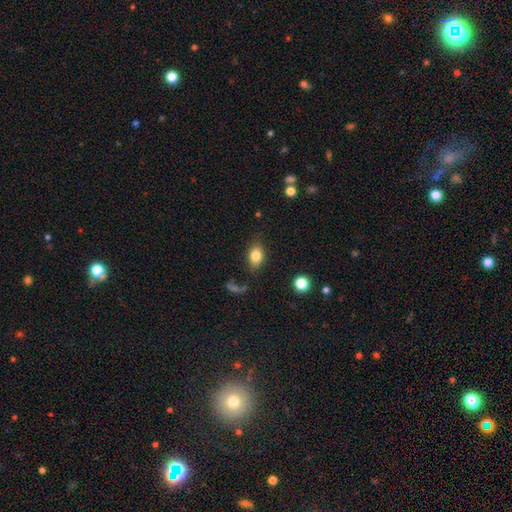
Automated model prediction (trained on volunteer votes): Smooth or featured?
  - smooth: 81% *
  - featured or disk: 10%
  - star or artifact: 9%
How rounded?
  - in between: 81% *
  - round: 17%
  - cigar-shaped: 2%
Merging?
  - none: 80% *
  - minor disturbance: 13%
  - major disturbance: 4%
  - merger: 3%